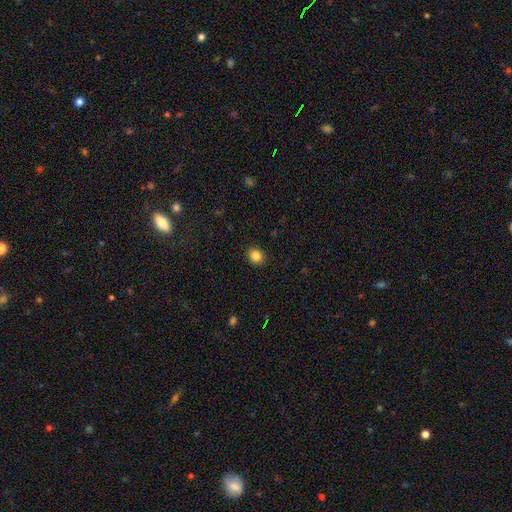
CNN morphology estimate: Smooth or featured: smooth — 85% (star or artifact — 11%)
How rounded: round — 70% (in between — 29%)
Merging: none — 90% (minor disturbance — 7%)